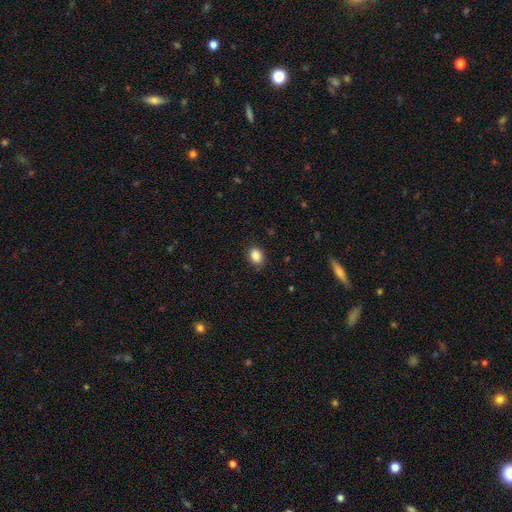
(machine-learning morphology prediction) Smooth or featured?
  - smooth: 88% *
  - star or artifact: 8%
  - featured or disk: 3%
How rounded?
  - in between: 65% *
  - round: 34%
  - cigar-shaped: 1%
Merging?
  - none: 85% *
  - minor disturbance: 11%
  - major disturbance: 3%
  - merger: 1%